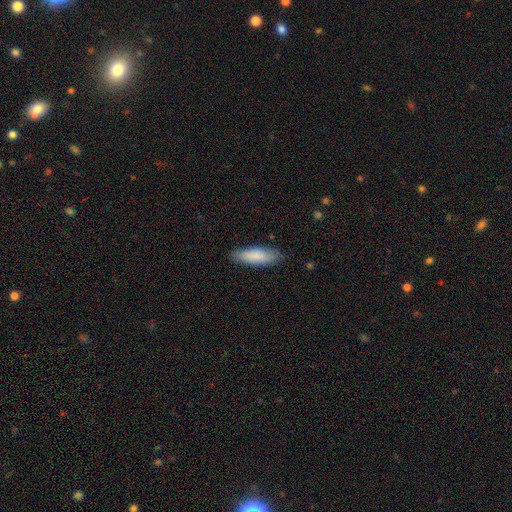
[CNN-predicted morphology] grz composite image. It shows a smooth galaxy with no disk features (84%) that is in between round and cigar-shaped (54%). Merging: none (82%).